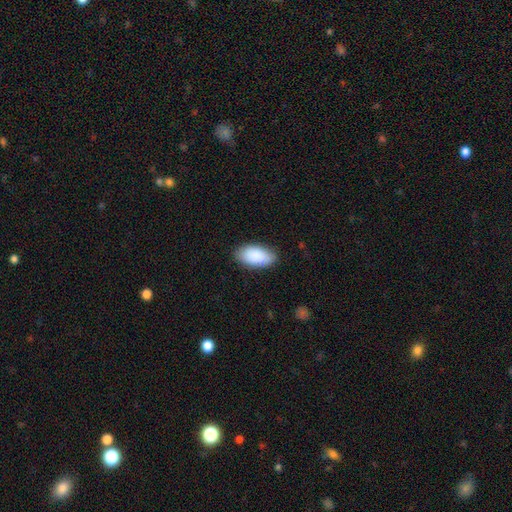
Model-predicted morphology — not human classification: Smooth or featured? smooth (89%)
How rounded? in between (95%)
Merging? none (84%)